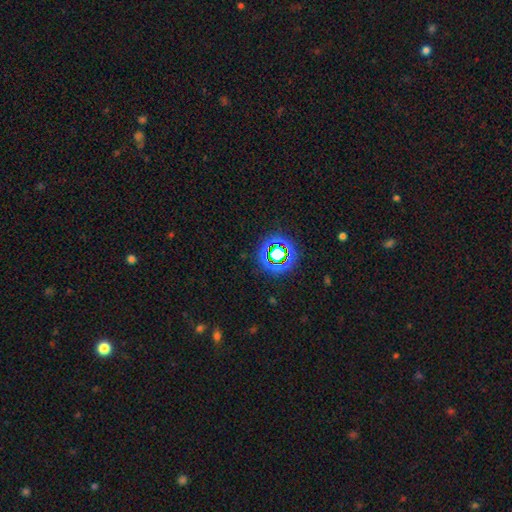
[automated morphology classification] Smooth or featured? star or artifact (69%)